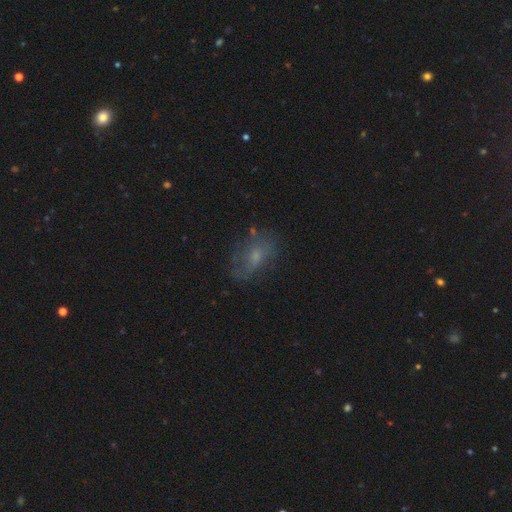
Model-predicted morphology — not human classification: Smooth or featured?
  - smooth: 46% *
  - featured or disk: 39%
  - star or artifact: 15%
Merging?
  - none: 62% *
  - minor disturbance: 23%
  - major disturbance: 13%
  - merger: 2%